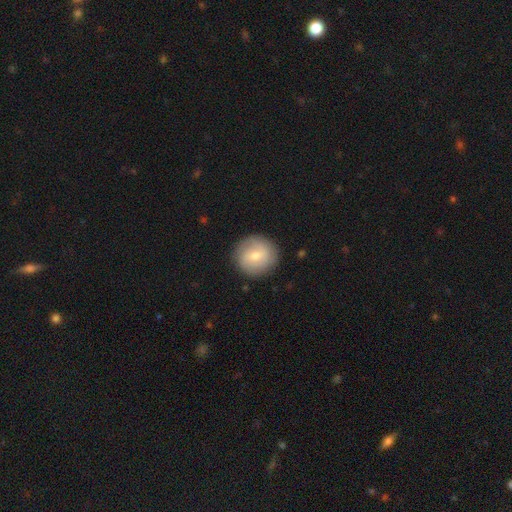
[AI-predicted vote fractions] This appears to be a smooth galaxy with no disk features (54%) that is round (92%). Merging: none (86%).